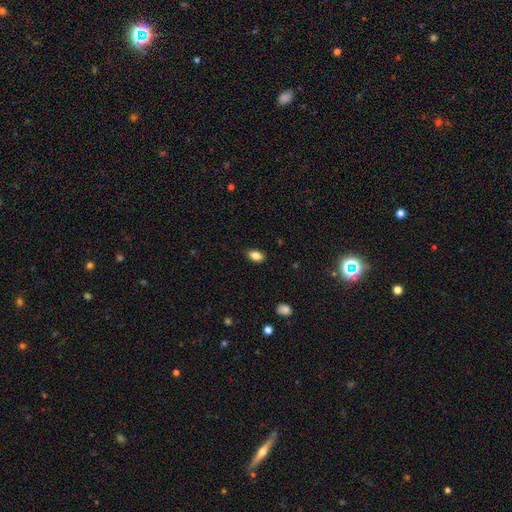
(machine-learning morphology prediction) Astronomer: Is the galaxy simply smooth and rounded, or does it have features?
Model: smooth — 85%.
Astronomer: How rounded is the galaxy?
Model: in between — 89%.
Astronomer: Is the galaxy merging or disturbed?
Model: none — 86%.